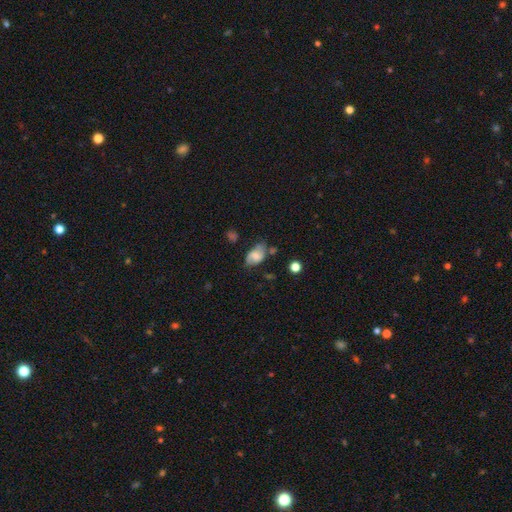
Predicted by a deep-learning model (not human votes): This appears to be a smooth galaxy with no disk features (54%) that is in between round and cigar-shaped (86%). Merging: none (47%).